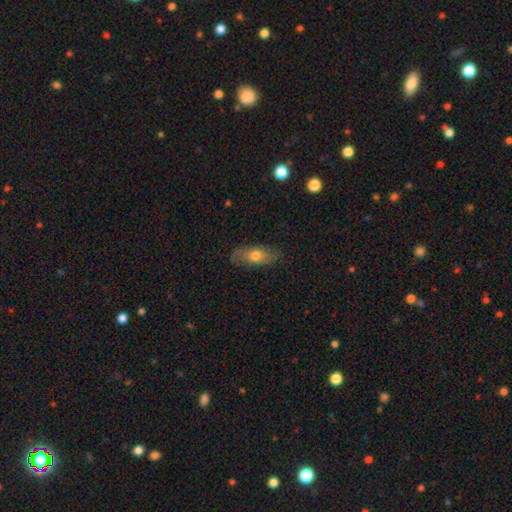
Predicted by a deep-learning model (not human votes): The model was most divided on "smooth or featured": smooth: 63%, featured or disk: 30%, star or artifact: 7%. More confident: how rounded — in between (80%); merging — none (80%).